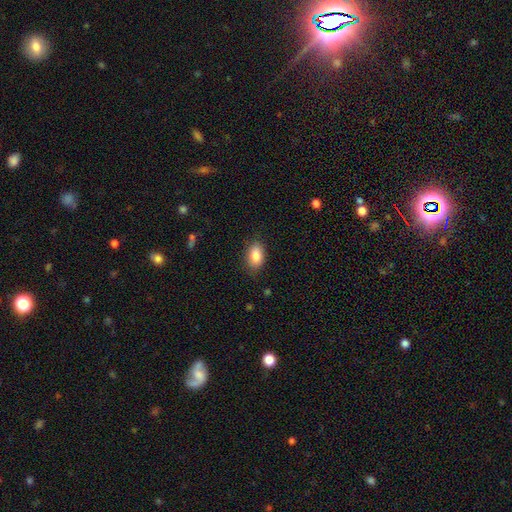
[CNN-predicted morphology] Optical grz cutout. It shows a smooth galaxy with no disk features (85%) that is in between round and cigar-shaped (89%). Merging: none (84%).